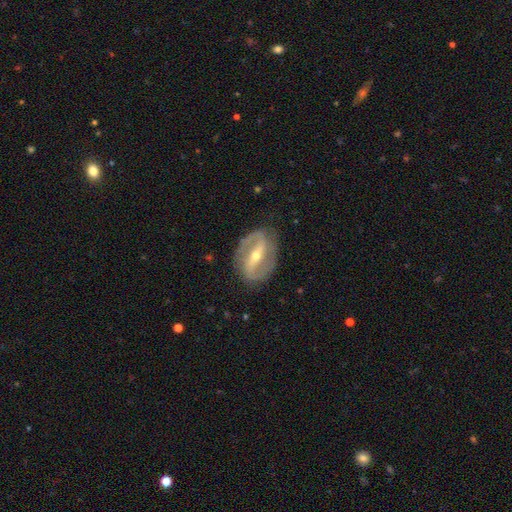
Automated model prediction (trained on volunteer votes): The model was most divided on "bulge size": small: 49%, moderate: 48%, large: 1%, none: 1%, dominant: 1%. Remaining: edge-on disk — no (95%); spiral arm count — 2 (90%); spiral arms — yes (88%); smooth or featured — featured or disk (87%); merging — none (83%); bar — strong (68%); spiral winding — medium (45%).